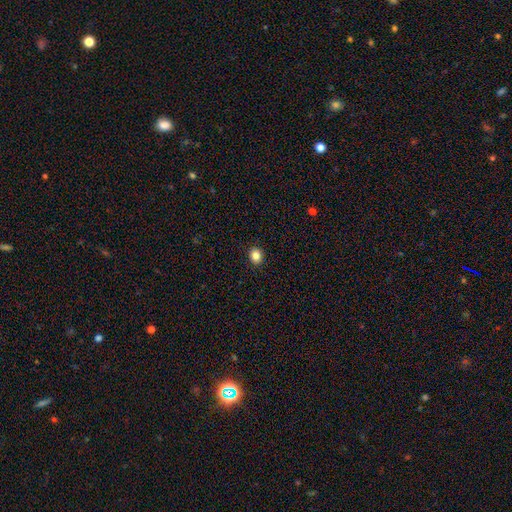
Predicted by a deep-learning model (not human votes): This appears to be a smooth galaxy with no disk features (85%) that is round (65%). Merging: none (92%).